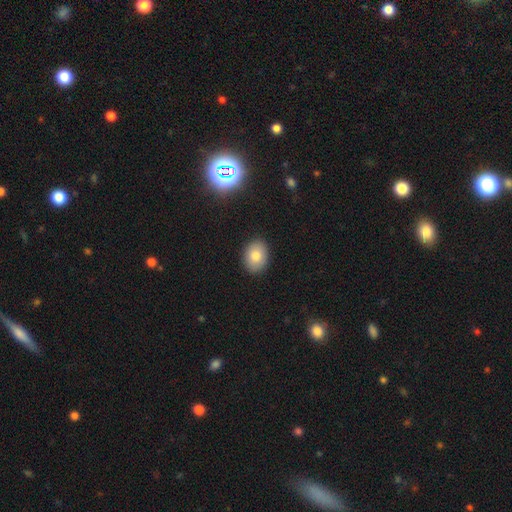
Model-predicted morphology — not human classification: The model was most divided on "how rounded": in between: 63%, round: 36%, cigar-shaped: 1%. More confident: merging — none (89%); smooth or featured — smooth (80%).